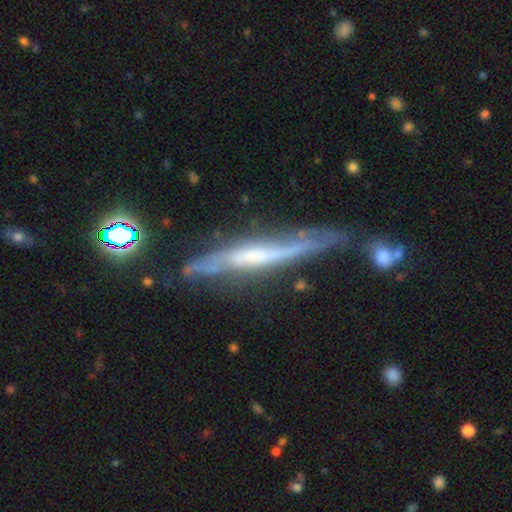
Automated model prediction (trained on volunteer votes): Morphology: type=featured or disk (72%); edge-on=yes (81%); edge-on bulge=none (55%); merging=none (59%).